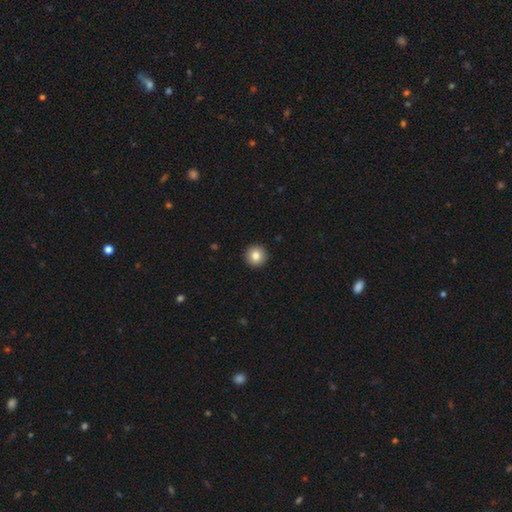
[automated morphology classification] Smooth or featured? Predicted: smooth (p=0.84). How rounded? Predicted: round (p=0.96). Merging? Predicted: none (p=0.94).